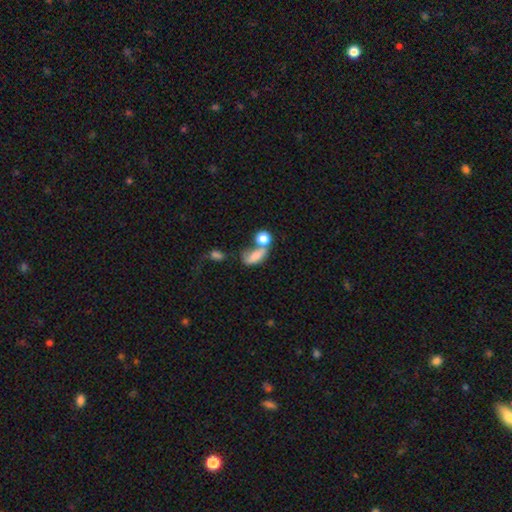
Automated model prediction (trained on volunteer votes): smooth-or-featured: smooth: 70% | featured or disk: 19% | star or artifact: 10%
  how-rounded: in between: 76% | round: 14% | cigar-shaped: 9%
  merging: merger: 48% | none: 23% | major disturbance: 16% | minor disturbance: 13%